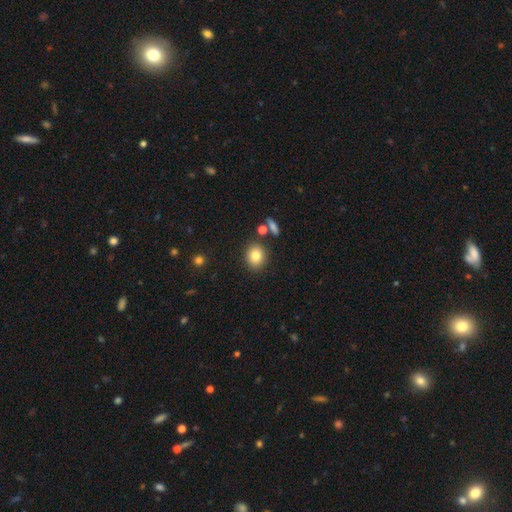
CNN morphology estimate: A smooth galaxy with no disk features (82%) that is round (53%). Merging: none (82%).